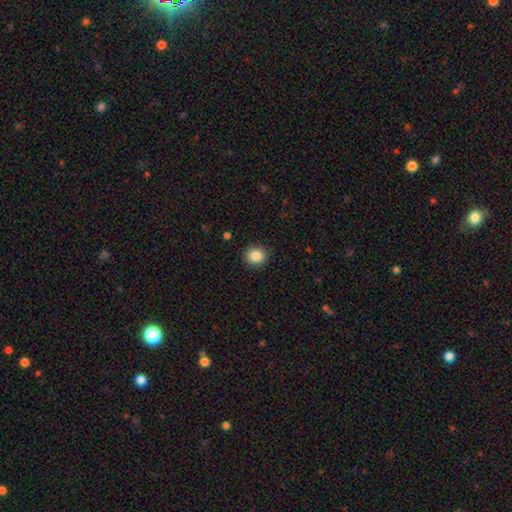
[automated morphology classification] smooth_or_featured: smooth (p=0.86) [alt: star or artifact p=0.09]
how_rounded: round (p=0.87) [alt: in between p=0.12]
merging: none (p=0.91) [alt: minor disturbance p=0.06]